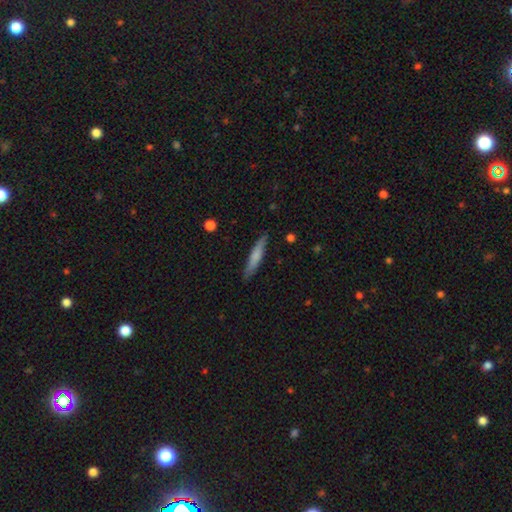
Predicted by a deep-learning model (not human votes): A smooth galaxy with no disk features (67%) that is cigar-shaped (91%). Merging: none (86%).